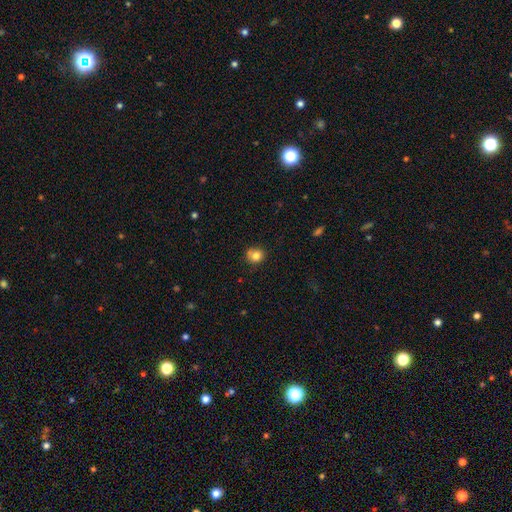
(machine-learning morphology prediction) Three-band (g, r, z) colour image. It shows a smooth galaxy with no disk features (81%) that is round (81%). Merging: none (68%).